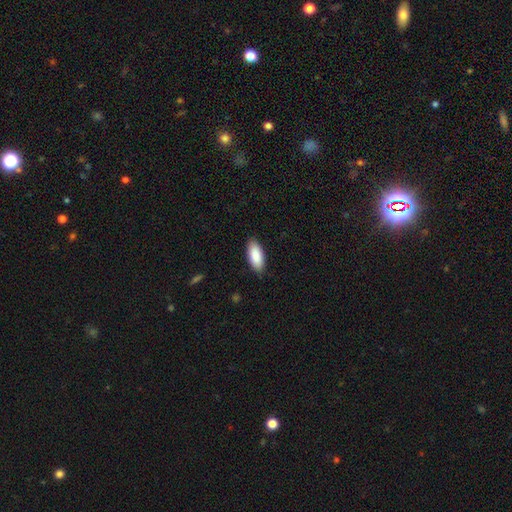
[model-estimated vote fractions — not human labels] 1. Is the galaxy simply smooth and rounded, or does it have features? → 89% smooth, 6% featured or disk, 6% star or artifact.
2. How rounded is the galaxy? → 88% in between, 11% cigar-shaped, 2% round.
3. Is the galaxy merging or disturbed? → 88% none, 9% minor disturbance, 2% major disturbance, 1% merger.